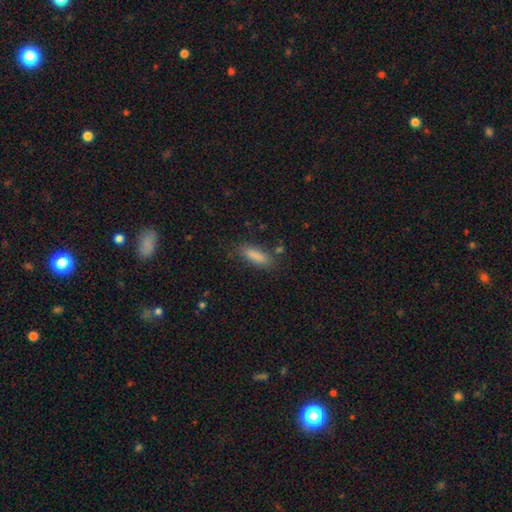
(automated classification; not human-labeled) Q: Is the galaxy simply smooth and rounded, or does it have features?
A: smooth — 85%.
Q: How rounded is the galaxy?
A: in between — 51%.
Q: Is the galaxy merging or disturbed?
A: none — 79%.